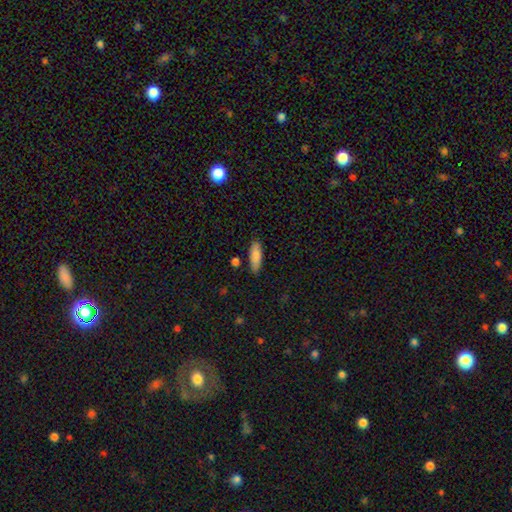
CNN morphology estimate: Smooth or featured: smooth — 85% (featured or disk — 9%)
How rounded: in between — 52% (cigar-shaped — 46%)
Merging: none — 83% (minor disturbance — 11%)